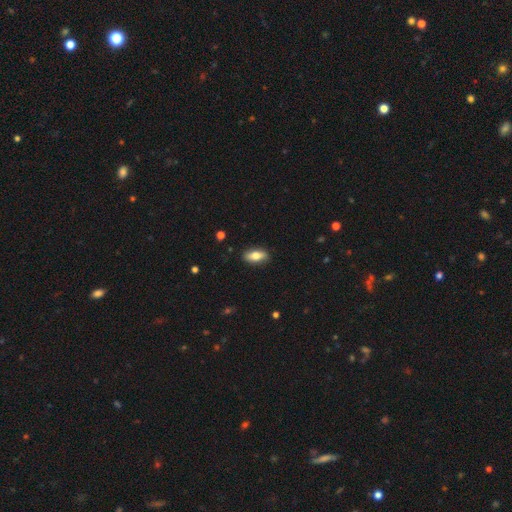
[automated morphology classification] Smooth or featured? Predicted: smooth (p=0.76). How rounded? Predicted: in between (p=0.84). Merging? Predicted: none (p=0.88).